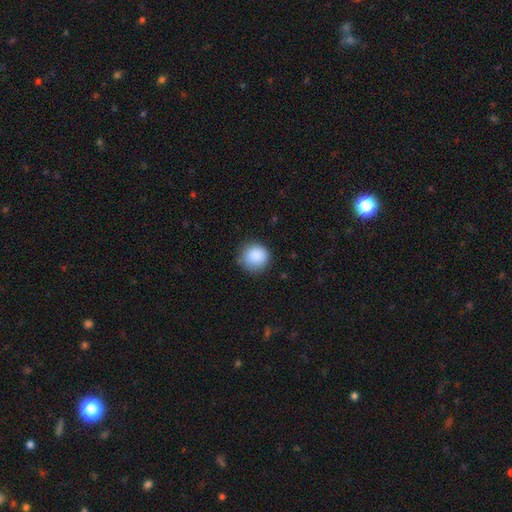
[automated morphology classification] Smooth or featured?
  - smooth: 88% *
  - star or artifact: 8%
  - featured or disk: 4%
How rounded?
  - round: 92% *
  - in between: 7%
  - cigar-shaped: 1%
Merging?
  - none: 81% *
  - minor disturbance: 14%
  - major disturbance: 3%
  - merger: 1%